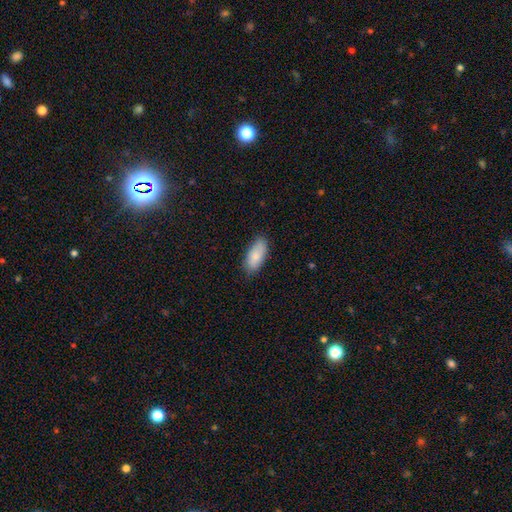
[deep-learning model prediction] Smooth or featured? smooth (82%)
How rounded? in between (90%)
Merging? none (80%)